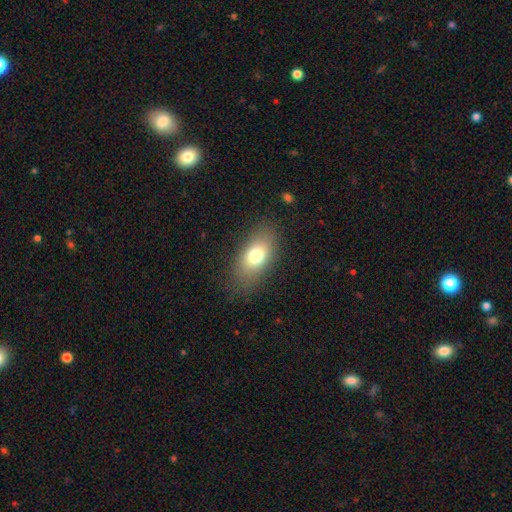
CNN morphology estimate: A smooth galaxy with no disk features (74%) that is in between round and cigar-shaped (86%). Merging: none (79%).